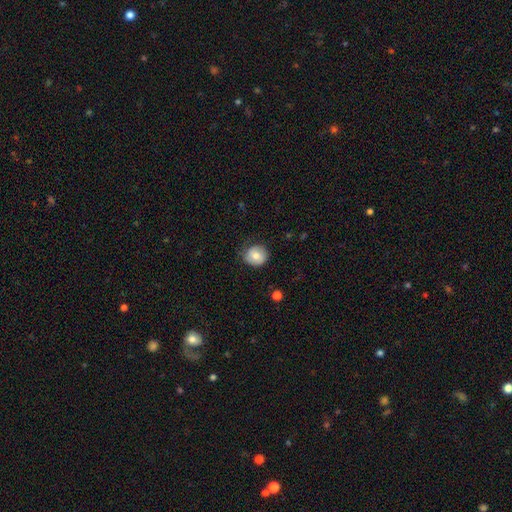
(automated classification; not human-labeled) smooth-or-featured: smooth: 70% | featured or disk: 22% | star or artifact: 8%
  how-rounded: round: 83% | in between: 16% | cigar-shaped: 1%
  merging: none: 69% | minor disturbance: 24% | major disturbance: 6% | merger: 1%